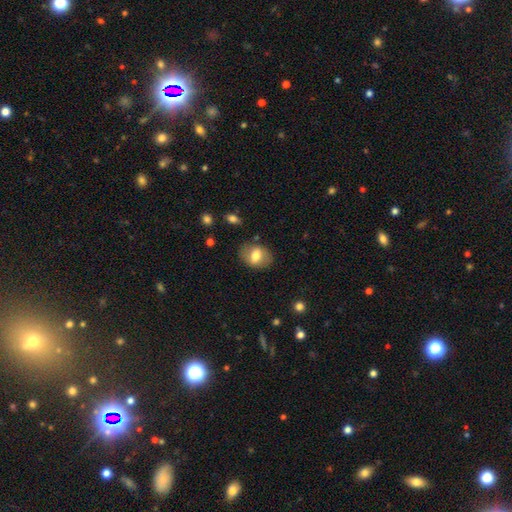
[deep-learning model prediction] Q: Smooth or featured?
A: smooth (66%); runner-up: featured or disk (26%)
Q: How rounded?
A: in between (67%); runner-up: round (32%)
Q: Merging?
A: none (80%); runner-up: minor disturbance (14%)